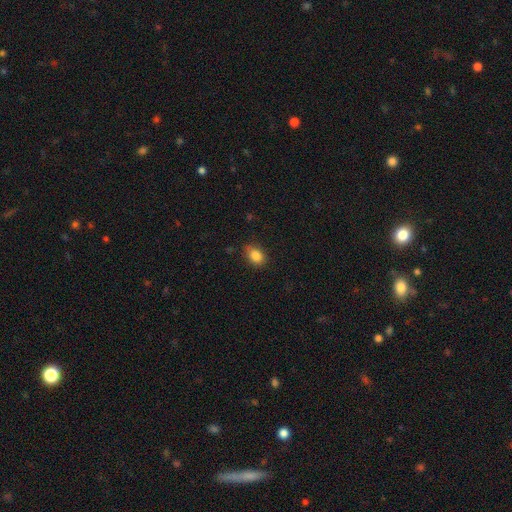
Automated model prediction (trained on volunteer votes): A smooth galaxy with no disk features (86%) that is in between round and cigar-shaped (72%).

Vote fractions:
- Smooth or featured? smooth: 86% / star or artifact: 9% / featured or disk: 5%
- How rounded? in between: 72% / round: 26% / cigar-shaped: 2%
- Merging? none: 75% / minor disturbance: 20% / major disturbance: 4% / merger: 1%